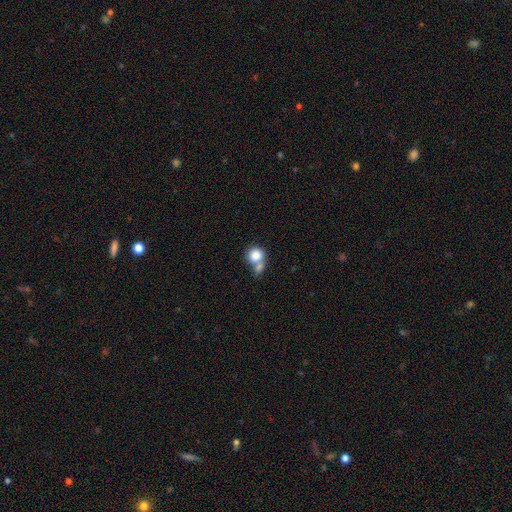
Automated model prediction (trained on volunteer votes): Overall: smooth (82%). How rounded: round (83%). Merging: merger (52%; none 35%).